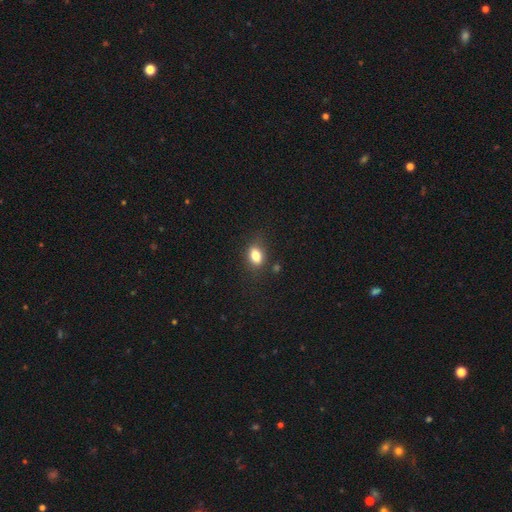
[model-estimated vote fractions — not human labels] Overall: smooth (81%). How rounded: in between (80%). Merging: none (77%).